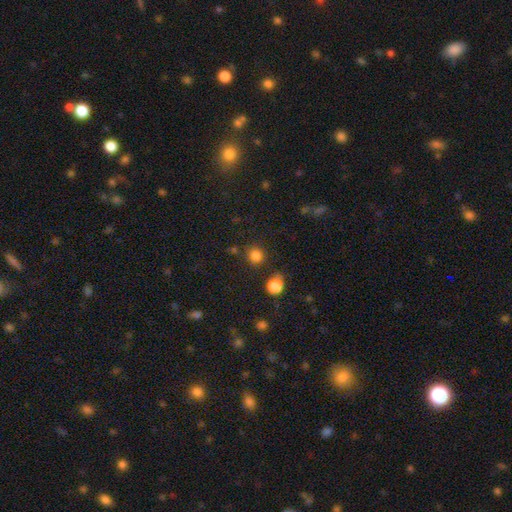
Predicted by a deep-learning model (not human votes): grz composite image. It shows a smooth galaxy with no disk features (82%) that is round (90%). Merging: none (82%).